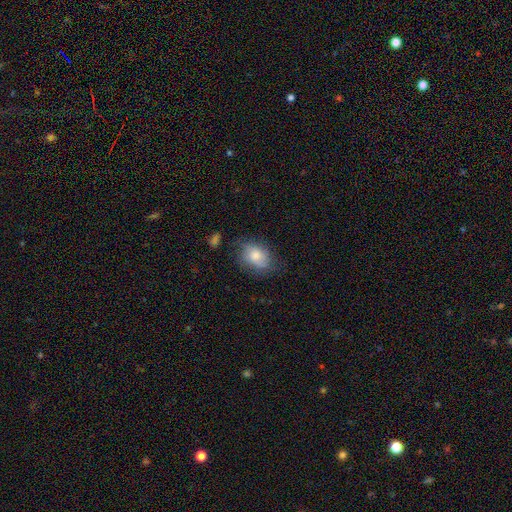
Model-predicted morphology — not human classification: smooth 74%, featured or disk 18%, star or artifact 8%. Down the decision tree: how rounded — in between (69%); merging — none (58%).